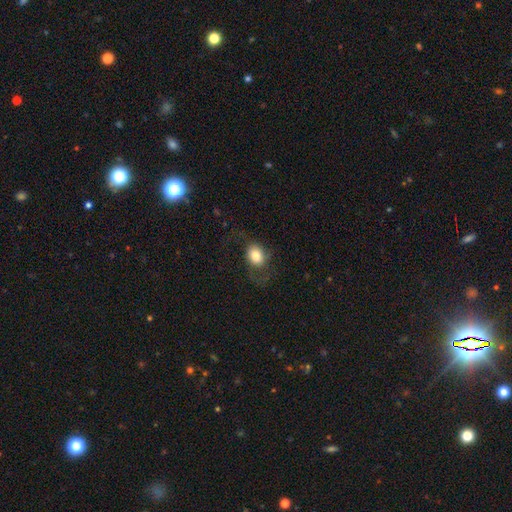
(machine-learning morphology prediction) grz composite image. It shows a smooth galaxy with no disk features (70%) that is round (54%). Merging: none (51%).